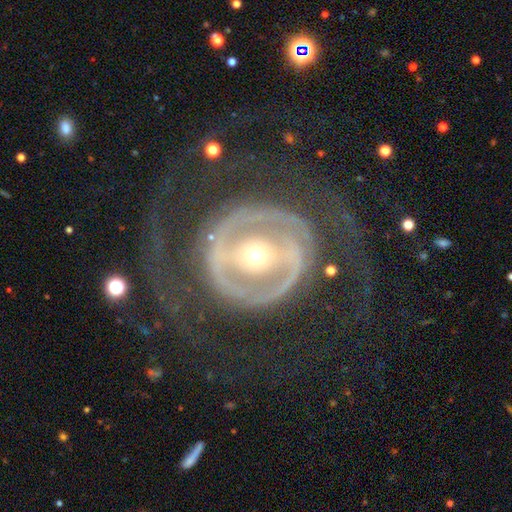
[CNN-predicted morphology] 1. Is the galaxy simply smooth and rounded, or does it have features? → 80% featured or disk, 12% smooth, 8% star or artifact.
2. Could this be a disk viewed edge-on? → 96% no, 4% yes.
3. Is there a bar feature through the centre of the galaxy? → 47% no, 29% strong, 24% weak.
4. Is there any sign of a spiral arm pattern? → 69% yes, 31% no.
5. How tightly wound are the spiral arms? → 41% tight, 36% medium, 22% loose.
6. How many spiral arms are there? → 72% 2, 12% can't tell, 6% 1, 4% 3, 3% 4, 3% more than 4.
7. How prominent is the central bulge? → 54% small, 40% moderate, 3% large, 1% dominant, 1% none.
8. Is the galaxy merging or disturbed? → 55% none, 24% major disturbance, 17% minor disturbance, 3% merger.